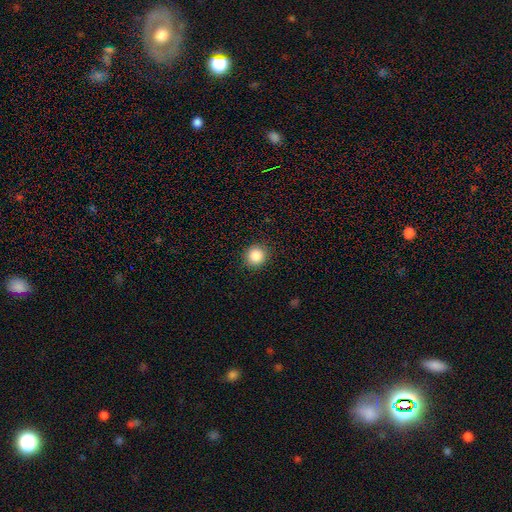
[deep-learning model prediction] smooth_or_featured: smooth (p=0.87) [alt: star or artifact p=0.10]
how_rounded: round (p=0.91) [alt: in between p=0.08]
merging: none (p=0.92) [alt: minor disturbance p=0.05]